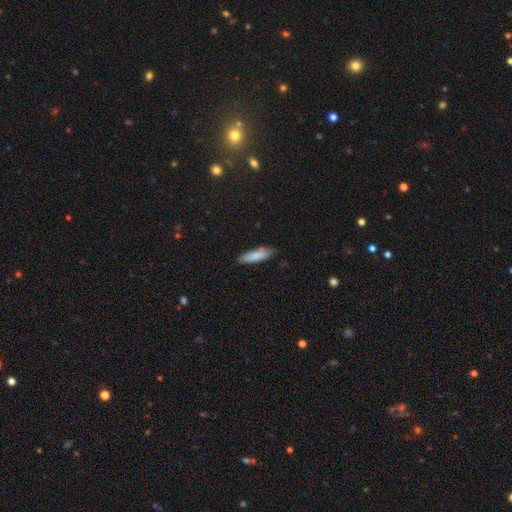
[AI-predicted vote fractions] A smooth galaxy with no disk features (81%) that is cigar-shaped (62%).

Vote fractions:
- Smooth or featured? smooth: 81% / featured or disk: 13% / star or artifact: 6%
- How rounded? cigar-shaped: 62% / in between: 36% / round: 1%
- Merging? none: 80% / minor disturbance: 16% / major disturbance: 2% / merger: 2%